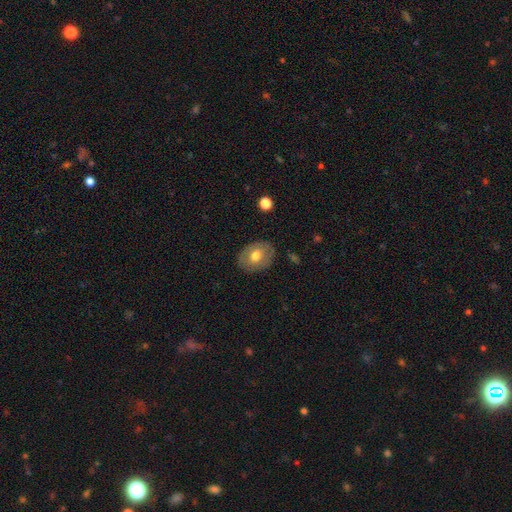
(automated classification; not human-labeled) Smooth or featured? smooth (62%)
How rounded? in between (63%)
Merging? none (83%)